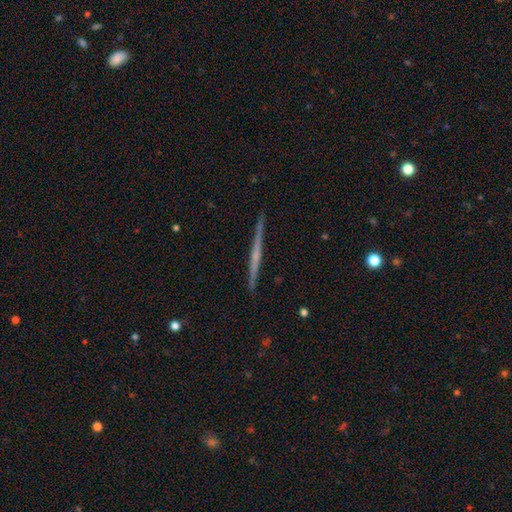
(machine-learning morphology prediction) Smooth or featured? Predicted: featured or disk (p=0.72). Edge-on disk? Predicted: yes (p=0.98). Edge-on bulge? Predicted: none (p=0.58). Merging? Predicted: none (p=0.92).